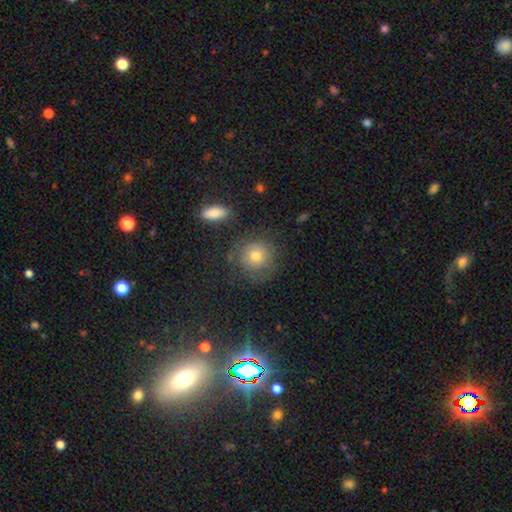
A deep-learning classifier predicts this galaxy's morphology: This appears to be a smooth galaxy with no disk features (69%) that is round (89%). Merging: none (75%).